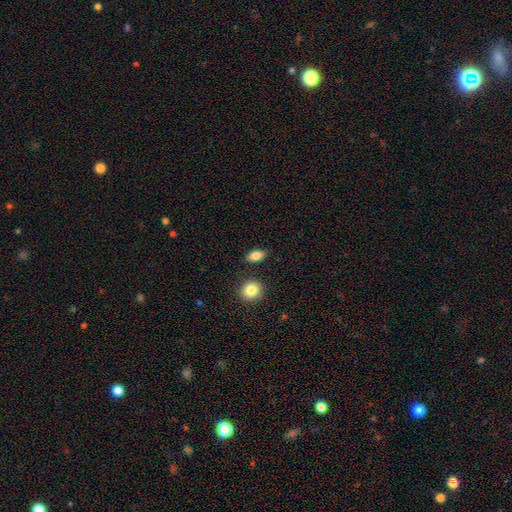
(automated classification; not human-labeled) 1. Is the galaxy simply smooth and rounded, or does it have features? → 85% smooth, 8% star or artifact, 8% featured or disk.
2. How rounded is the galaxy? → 84% in between, 10% round, 6% cigar-shaped.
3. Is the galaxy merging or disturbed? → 86% none, 9% minor disturbance, 3% merger, 2% major disturbance.